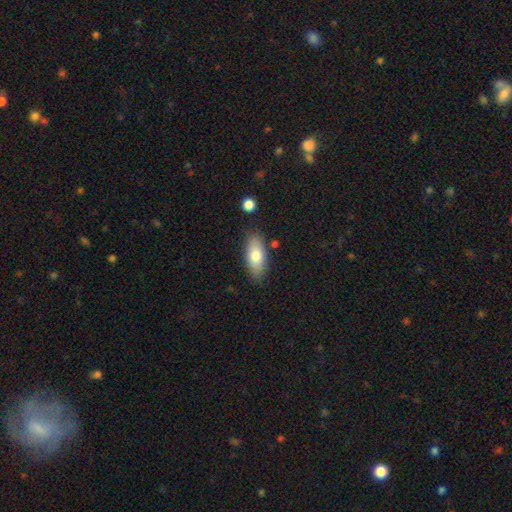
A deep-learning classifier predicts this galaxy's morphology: Smooth or featured?
  - smooth: 74% *
  - featured or disk: 19%
  - star or artifact: 6%
How rounded?
  - in between: 84% *
  - cigar-shaped: 13%
  - round: 3%
Merging?
  - none: 80% *
  - minor disturbance: 13%
  - merger: 3%
  - major disturbance: 3%